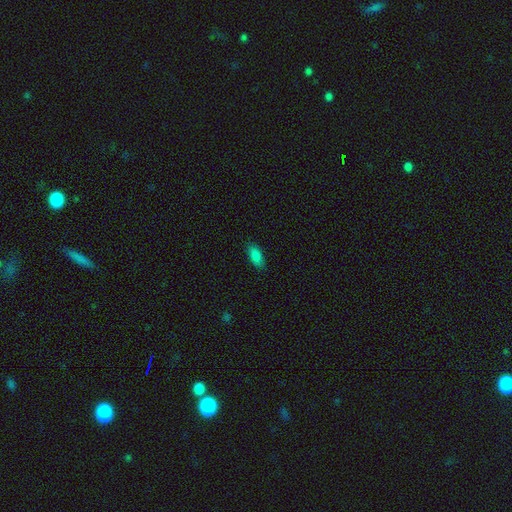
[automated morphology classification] smooth-or-featured: smooth: 85% | star or artifact: 8% | featured or disk: 7%
  how-rounded: in between: 85% | cigar-shaped: 12% | round: 3%
  merging: none: 85% | minor disturbance: 11% | major disturbance: 2% | merger: 1%